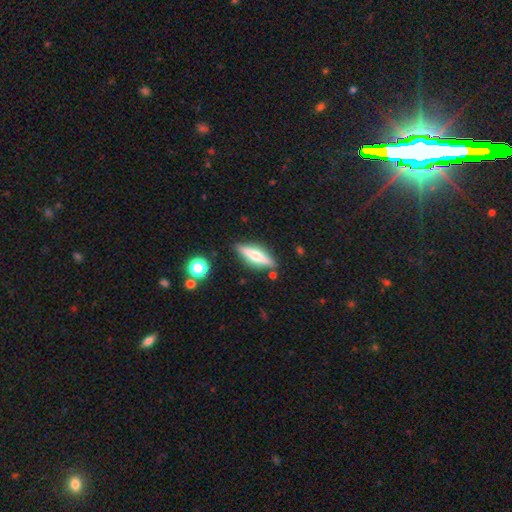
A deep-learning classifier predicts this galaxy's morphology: type=featured or disk (62%); edge-on=yes (95%); edge-on bulge=rounded (87%); merging=none (85%).